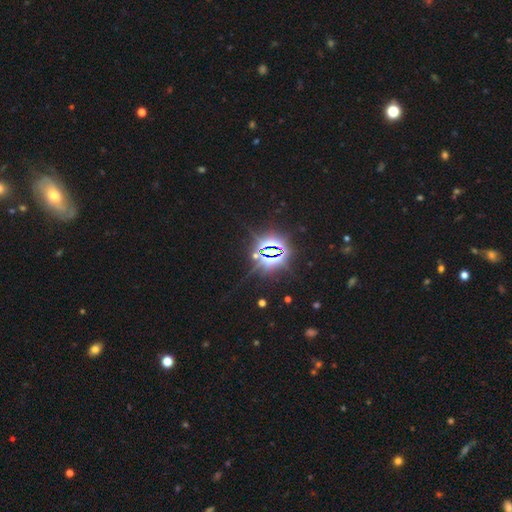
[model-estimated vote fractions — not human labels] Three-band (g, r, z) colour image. It shows a star or artifact, not a galaxy (84%).